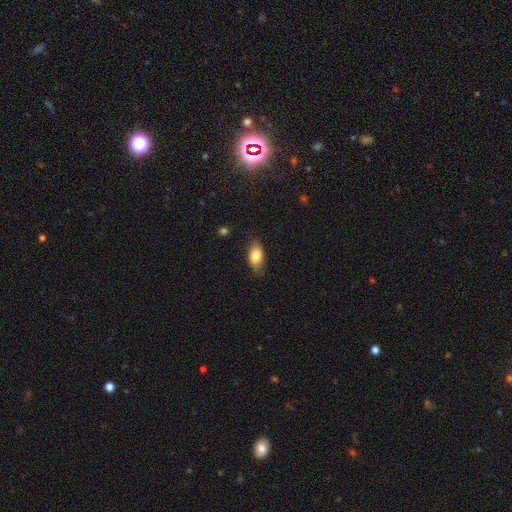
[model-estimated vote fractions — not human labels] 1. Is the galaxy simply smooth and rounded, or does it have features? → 81% smooth, 12% featured or disk, 7% star or artifact.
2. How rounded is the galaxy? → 88% in between, 7% round, 5% cigar-shaped.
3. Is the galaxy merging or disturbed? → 77% none, 19% minor disturbance, 4% major disturbance, 1% merger.